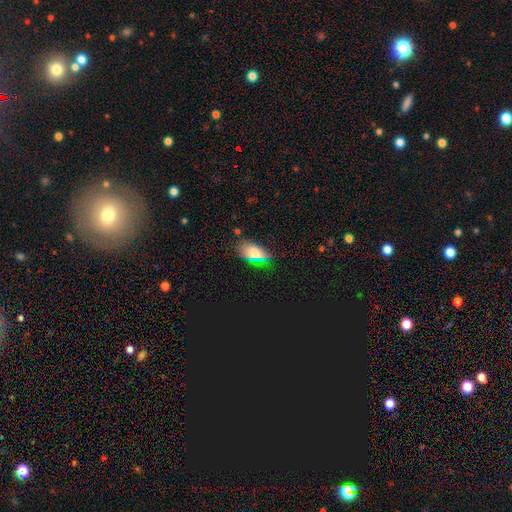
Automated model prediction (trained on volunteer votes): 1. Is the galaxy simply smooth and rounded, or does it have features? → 62% smooth, 26% star or artifact, 12% featured or disk.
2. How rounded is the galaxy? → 87% in between, 8% round, 5% cigar-shaped.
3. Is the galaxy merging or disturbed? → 76% none, 16% minor disturbance, 5% major disturbance, 3% merger.